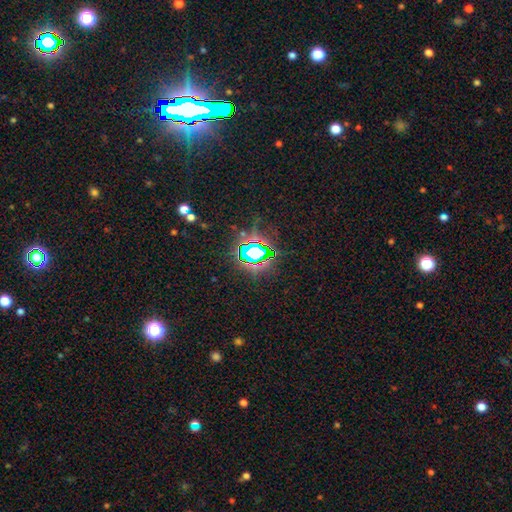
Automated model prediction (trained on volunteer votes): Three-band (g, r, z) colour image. It shows a star or artifact, not a galaxy (75%).